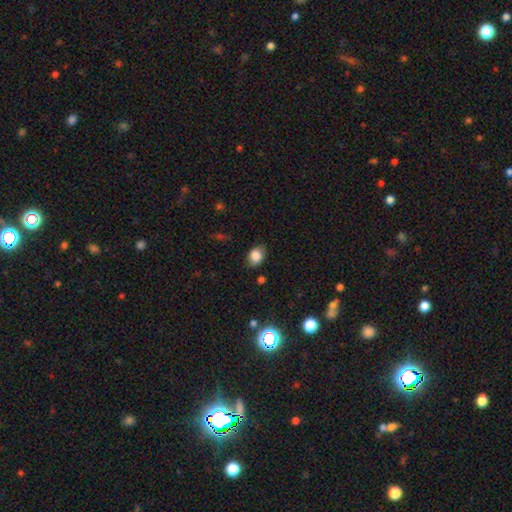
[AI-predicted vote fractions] Smooth or featured? Predicted: smooth (p=0.83). How rounded? Predicted: in between (p=0.72). Merging? Predicted: none (p=0.77).